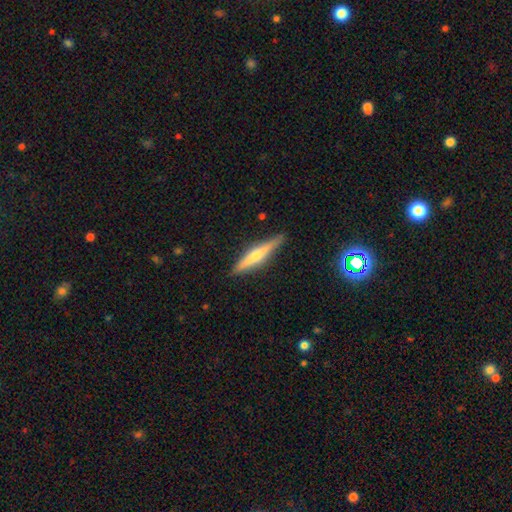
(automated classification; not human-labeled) This is likely a featured or disk galaxy (63%). It is clearly viewed edge-on (96%). Edge-on bulge: clearly rounded (86%). Merging: clearly none (89%).